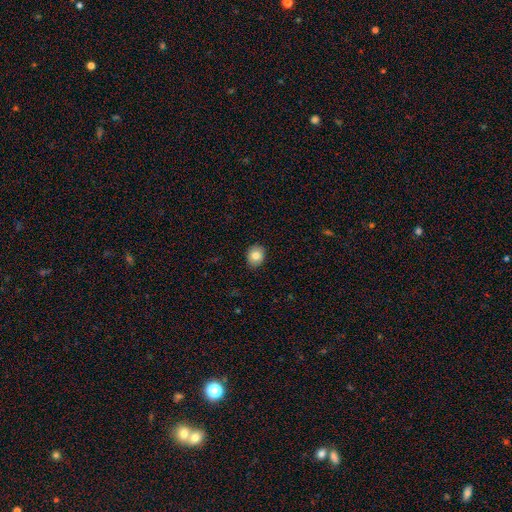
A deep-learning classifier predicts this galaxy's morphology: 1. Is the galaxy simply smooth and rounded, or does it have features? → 82% smooth, 9% featured or disk, 9% star or artifact.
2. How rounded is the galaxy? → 61% round, 38% in between, 1% cigar-shaped.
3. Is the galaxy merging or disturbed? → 89% none, 8% minor disturbance, 2% major disturbance, 1% merger.